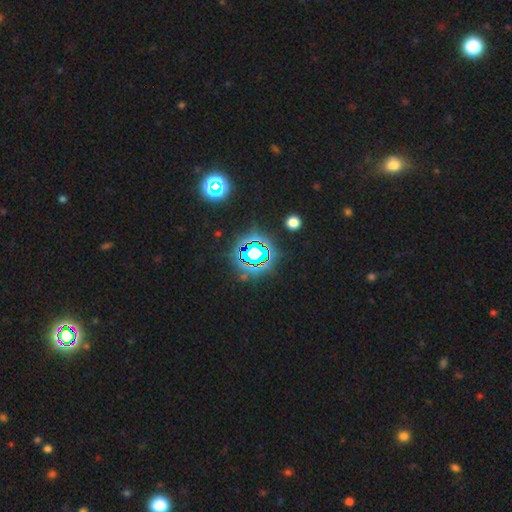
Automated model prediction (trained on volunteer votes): This is likely a star or artifact rather than a galaxy (78%).